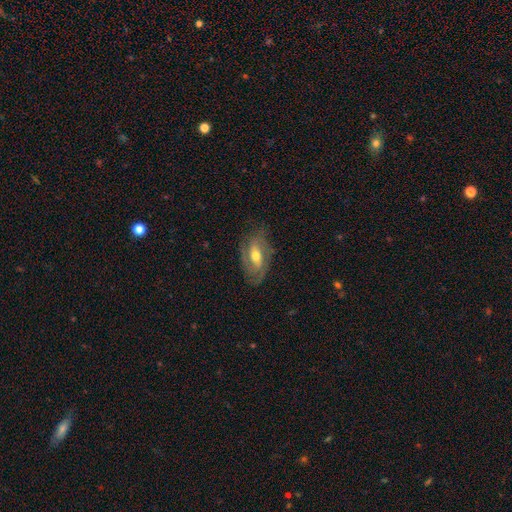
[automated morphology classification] The model was most divided on "spiral winding": tight: 43%, medium: 40%, loose: 17%. Remaining: edge-on disk — no (91%); spiral arms — yes (88%); merging — none (74%); smooth or featured — featured or disk (73%); bulge size — moderate (70%); spiral arm count — 2 (51%); bar — weak (43%).